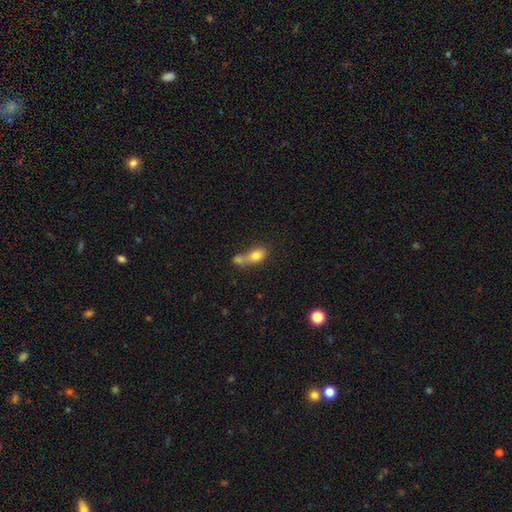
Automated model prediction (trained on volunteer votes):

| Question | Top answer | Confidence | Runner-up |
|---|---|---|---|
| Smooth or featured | smooth | 76% | featured or disk (15%) |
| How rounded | in between | 71% | round (23%) |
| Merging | merger | 59% | none (23%) |